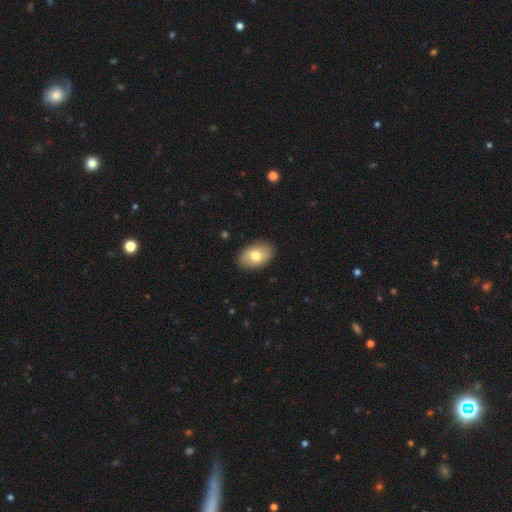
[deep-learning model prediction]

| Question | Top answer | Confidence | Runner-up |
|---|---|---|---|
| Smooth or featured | smooth | 76% | featured or disk (17%) |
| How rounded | in between | 88% | round (11%) |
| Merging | none | 88% | minor disturbance (9%) |